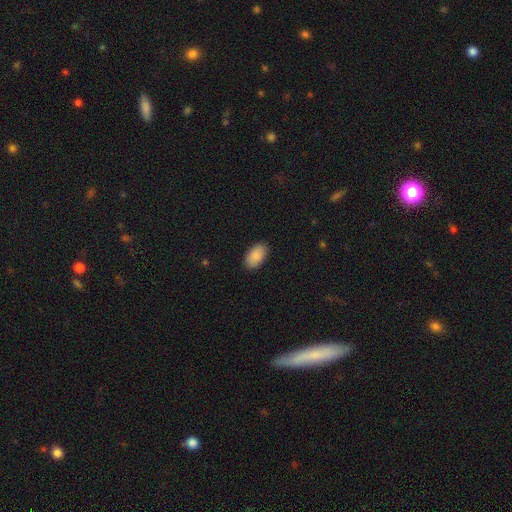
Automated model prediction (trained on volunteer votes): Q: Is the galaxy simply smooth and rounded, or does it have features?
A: smooth — 89%.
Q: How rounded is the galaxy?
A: in between — 95%.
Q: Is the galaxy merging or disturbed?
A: none — 89%.